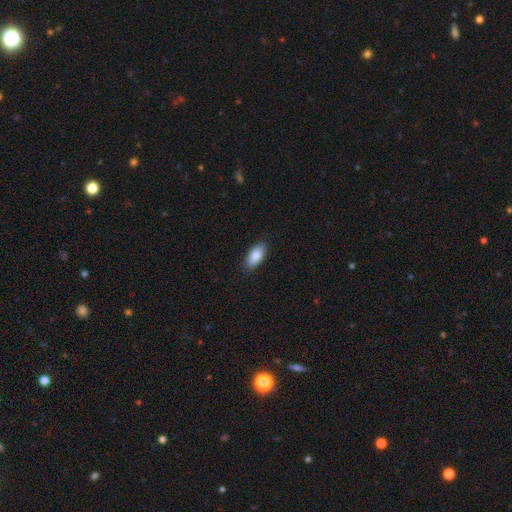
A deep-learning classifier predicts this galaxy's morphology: The model was most divided on "merging": none: 87%, minor disturbance: 10%, major disturbance: 2%, merger: 1%. More confident: how rounded — in between (91%); smooth or featured — smooth (87%).